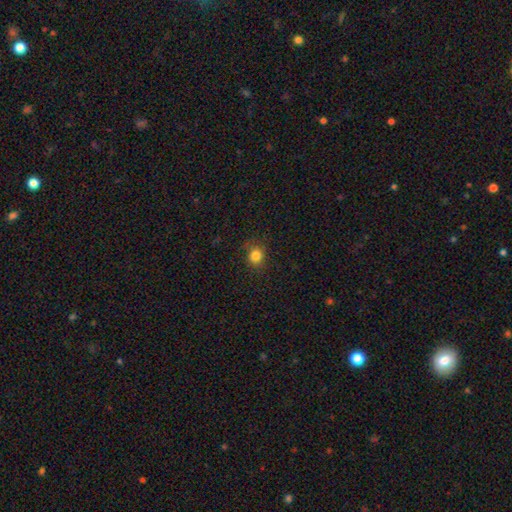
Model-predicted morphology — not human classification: Q: Smooth or featured?
A: smooth (83%); runner-up: star or artifact (12%)
Q: How rounded?
A: round (83%); runner-up: in between (16%)
Q: Merging?
A: none (84%); runner-up: minor disturbance (11%)